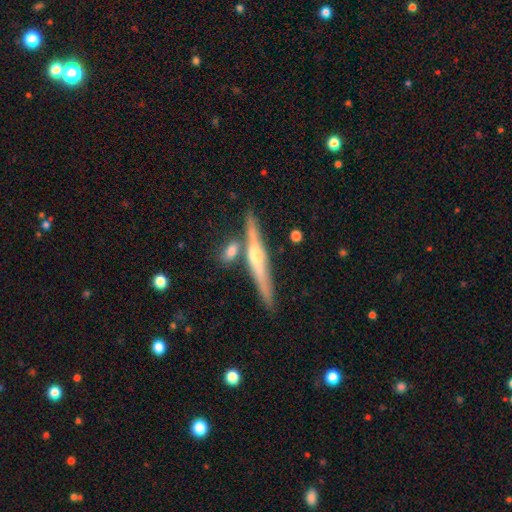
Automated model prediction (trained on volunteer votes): This appears to be a featured or disk galaxy (73%) viewed edge-on (97%) with a rounded central bulge (84%). Merging: none (78%).